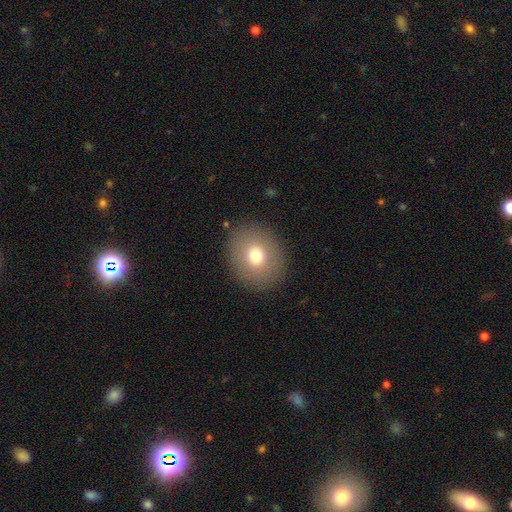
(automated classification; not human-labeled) Q: Smooth or featured?
A: smooth (74%); runner-up: featured or disk (15%)
Q: How rounded?
A: round (70%); runner-up: in between (29%)
Q: Merging?
A: none (88%); runner-up: minor disturbance (8%)